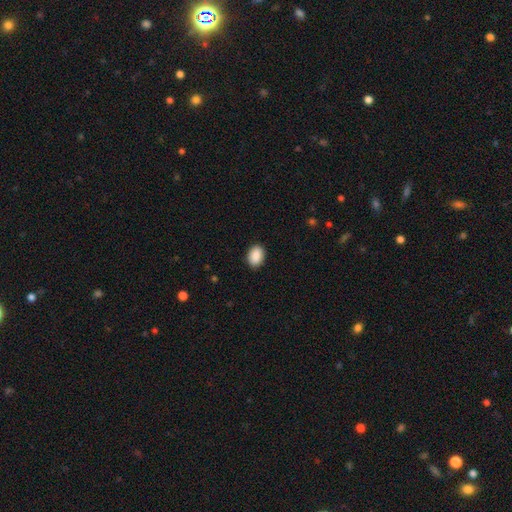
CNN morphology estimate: type=smooth (90%); roundness=in between (83%); merging=none (89%).